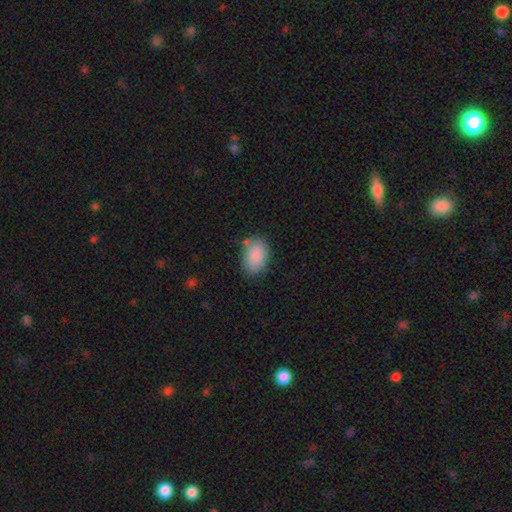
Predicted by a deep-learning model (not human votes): smooth-or-featured: smooth: 88% | star or artifact: 7% | featured or disk: 5%
  how-rounded: in between: 85% | round: 14% | cigar-shaped: 1%
  merging: none: 72% | minor disturbance: 18% | merger: 5% | major disturbance: 5%